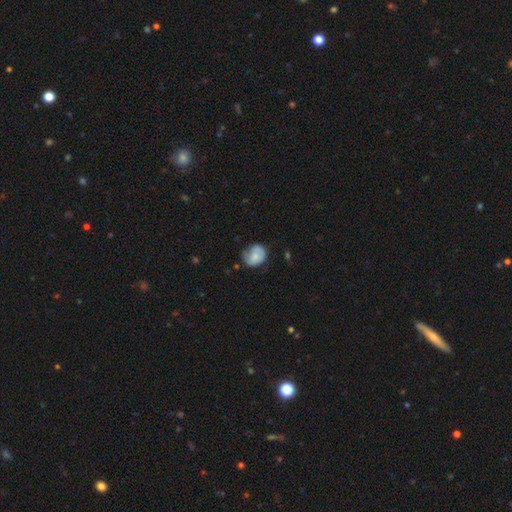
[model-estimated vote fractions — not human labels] Smooth or featured? smooth (63%)
How rounded? round (60%)
Merging? none (52%)